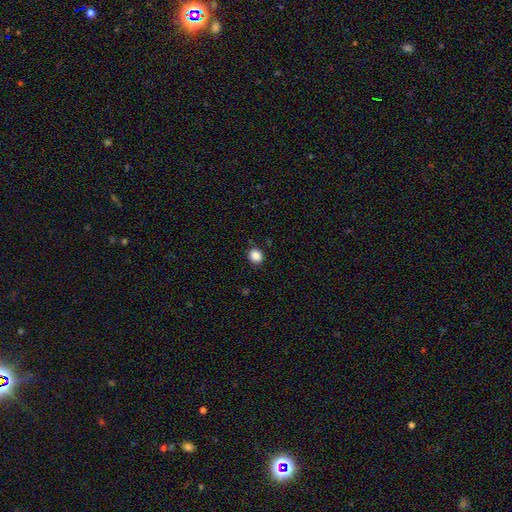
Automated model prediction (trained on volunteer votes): smooth 88%, star or artifact 10%, featured or disk 3%. Down the decision tree: how rounded — round (76%); merging — none (89%).